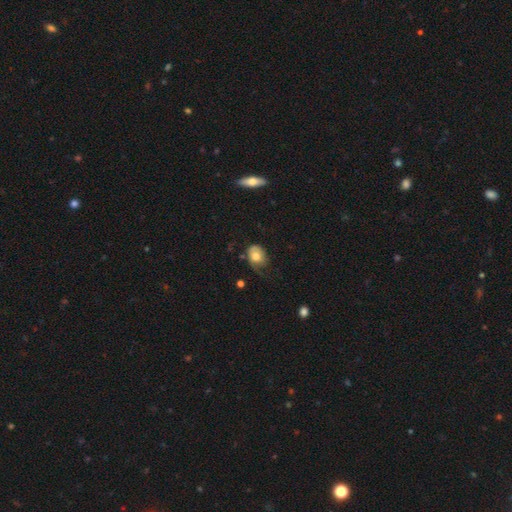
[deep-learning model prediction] This appears to be a smooth galaxy with no disk features (68%) that is in between round and cigar-shaped (59%). Merging: none (40%).